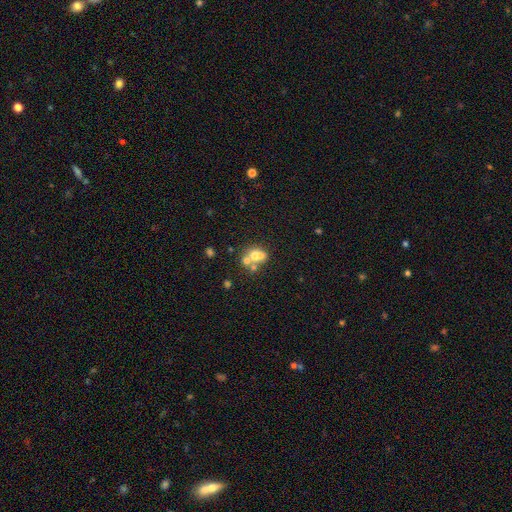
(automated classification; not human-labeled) Smooth or featured: smooth — 58% (featured or disk — 28%)
How rounded: round — 56% (in between — 43%)
Merging: merger — 54% (none — 31%)